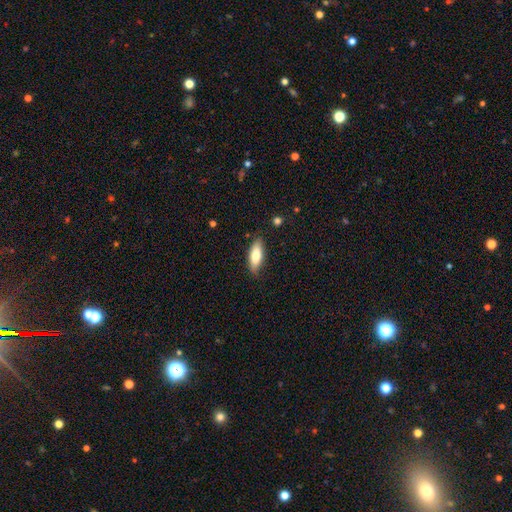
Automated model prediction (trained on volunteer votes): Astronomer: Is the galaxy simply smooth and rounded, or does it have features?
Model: smooth — 74%.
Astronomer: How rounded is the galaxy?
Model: in between — 70%.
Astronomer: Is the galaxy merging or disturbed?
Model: none — 83%.